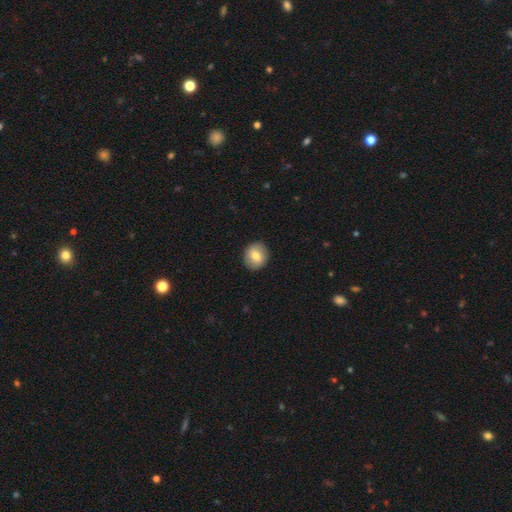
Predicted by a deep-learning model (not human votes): This appears to be a smooth galaxy with no disk features (74%) that is round (78%). Merging: none (90%).